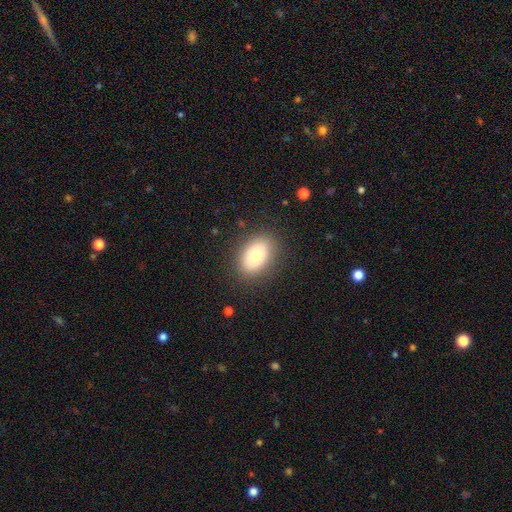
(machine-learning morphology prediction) smooth 76%, featured or disk 16%, star or artifact 8%. Down the decision tree: how rounded — in between (85%); merging — none (84%).